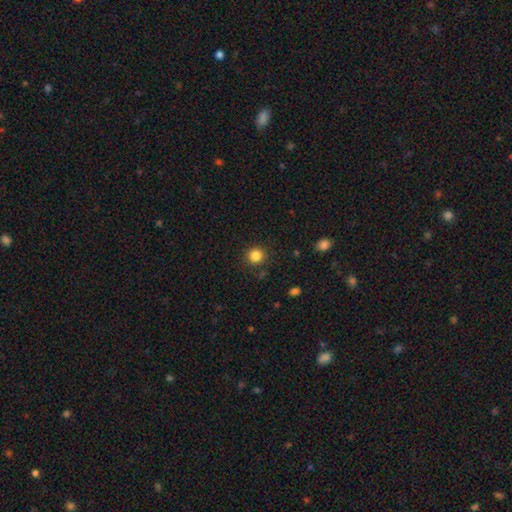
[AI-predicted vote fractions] smooth-or-featured: smooth: 84% | star or artifact: 12% | featured or disk: 4%
  how-rounded: round: 93% | in between: 6% | cigar-shaped: 1%
  merging: none: 89% | minor disturbance: 7% | major disturbance: 2% | merger: 2%